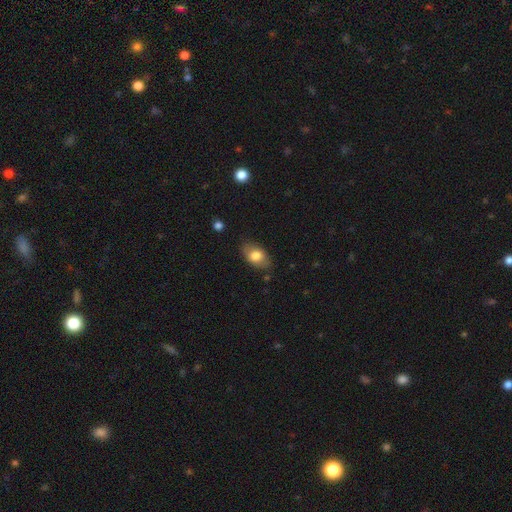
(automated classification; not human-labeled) Morphology: type=smooth (77%); roundness=in between (89%); merging=none (78%).